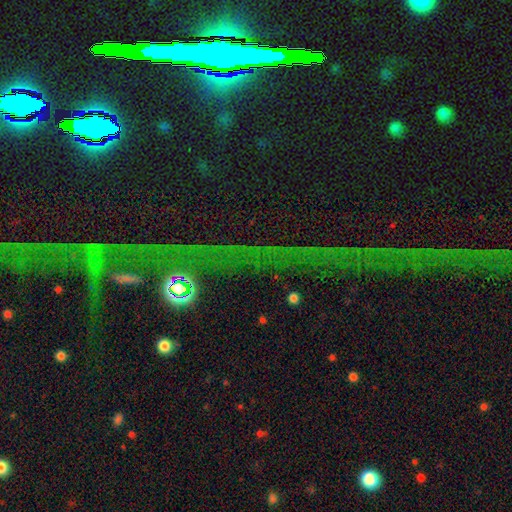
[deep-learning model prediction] Q: Smooth or featured?
A: star or artifact (79%); runner-up: featured or disk (12%)